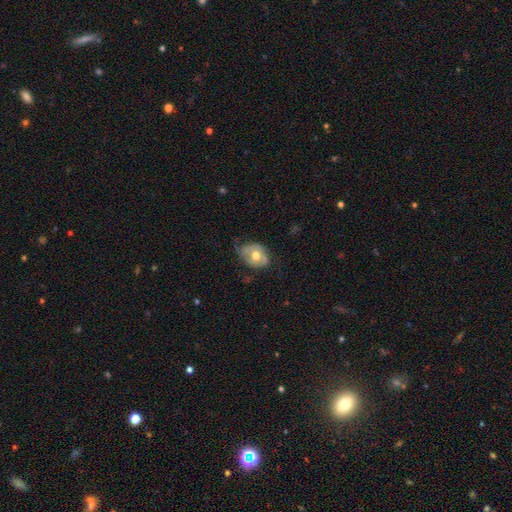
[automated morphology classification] Q: Smooth or featured?
A: smooth (50%); runner-up: featured or disk (43%)
Q: How rounded?
A: in between (62%); runner-up: round (37%)
Q: Merging?
A: none (51%); runner-up: minor disturbance (35%)